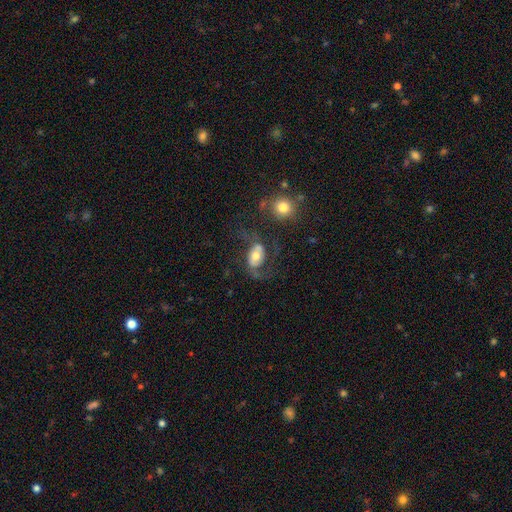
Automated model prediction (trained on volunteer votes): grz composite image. It shows a featured or disk galaxy (57%) with no bar (63%), spiral arms (74%) and a moderate central bulge (65%). Merging: none (41%).